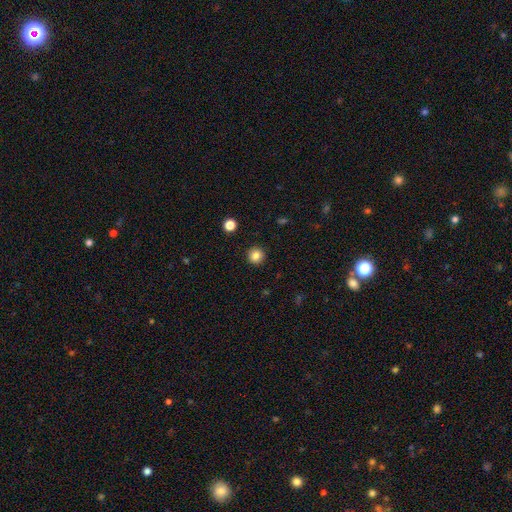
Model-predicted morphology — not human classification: smooth_or_featured: smooth (p=0.84) [alt: star or artifact p=0.11]
how_rounded: round (p=0.94) [alt: in between p=0.05]
merging: none (p=0.92) [alt: minor disturbance p=0.05]